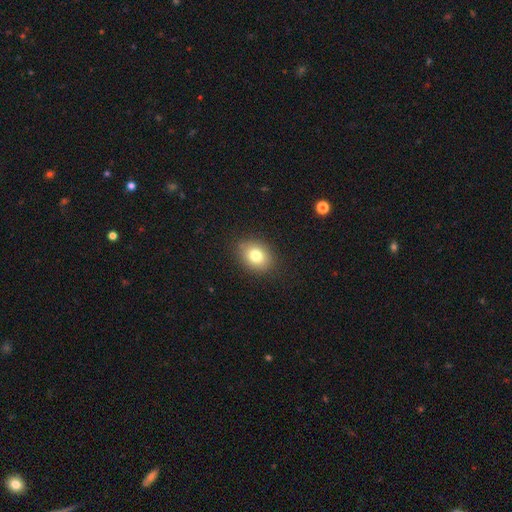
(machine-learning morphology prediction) This is likely a smooth galaxy (78%). How rounded: likely in between (62%). Merging: clearly none (87%).